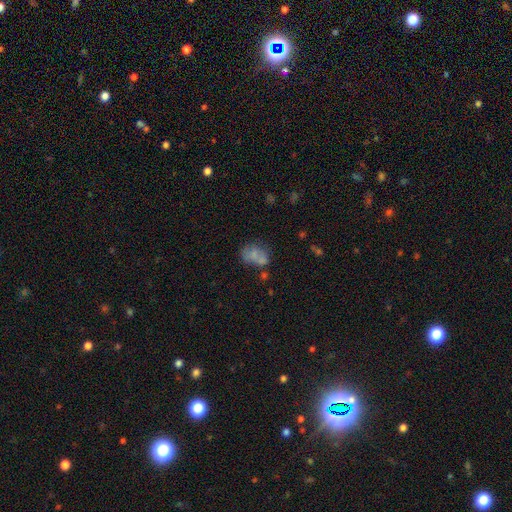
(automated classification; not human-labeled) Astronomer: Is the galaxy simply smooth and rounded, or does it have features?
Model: smooth — 61%.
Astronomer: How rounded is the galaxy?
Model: in between — 71%.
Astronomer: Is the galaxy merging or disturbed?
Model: none — 37% (runner-up: merger, 25%).